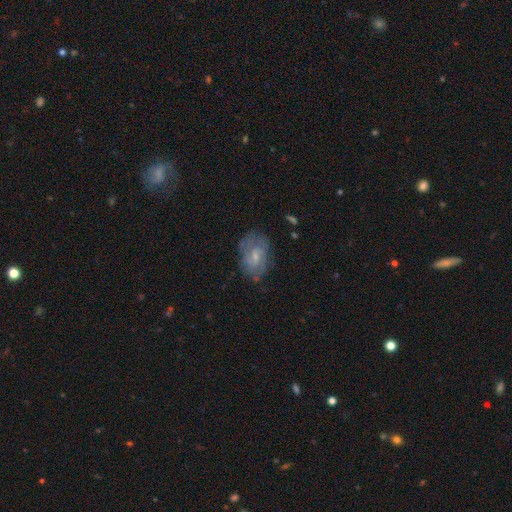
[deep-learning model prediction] smooth-or-featured: featured or disk: 52% | smooth: 36% | star or artifact: 11%
  disk-edge-on: no: 95% | yes: 5%
  merging: none: 69% | minor disturbance: 21% | major disturbance: 8% | merger: 2%